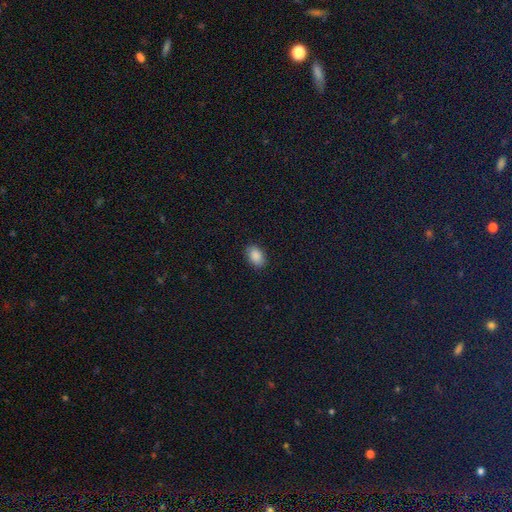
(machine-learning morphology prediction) This is clearly a smooth galaxy (89%). How rounded: clearly in between (87%). Merging: clearly none (87%).